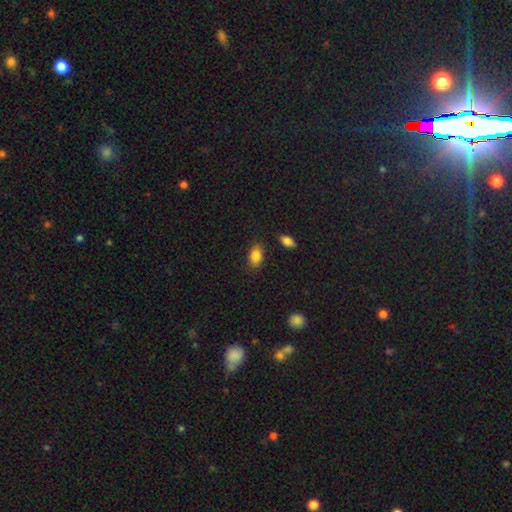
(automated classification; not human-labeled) This is clearly a smooth galaxy (85%). How rounded: clearly in between (88%). Merging: clearly none (82%).